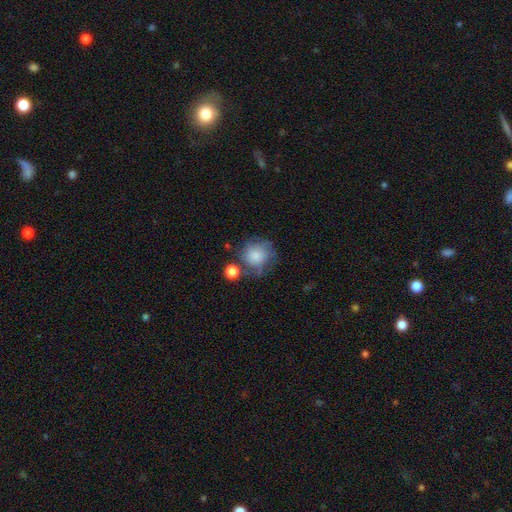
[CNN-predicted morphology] The model was most divided on "merging": none: 51%, minor disturbance: 24%, major disturbance: 14%, merger: 11%. More confident: how rounded — round (85%); smooth or featured — smooth (73%).